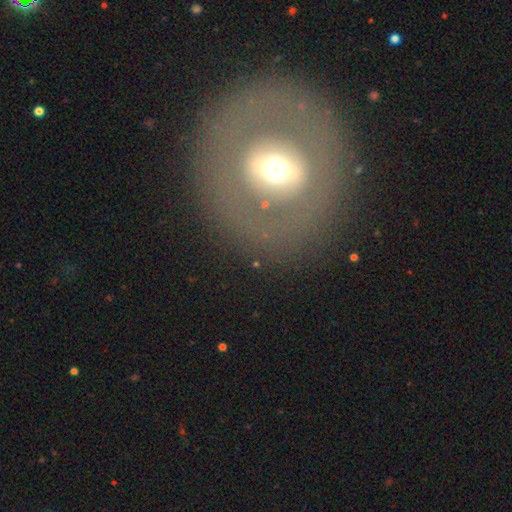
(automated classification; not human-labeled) This appears to be a featured or disk galaxy (52%). Merging: none (83%).